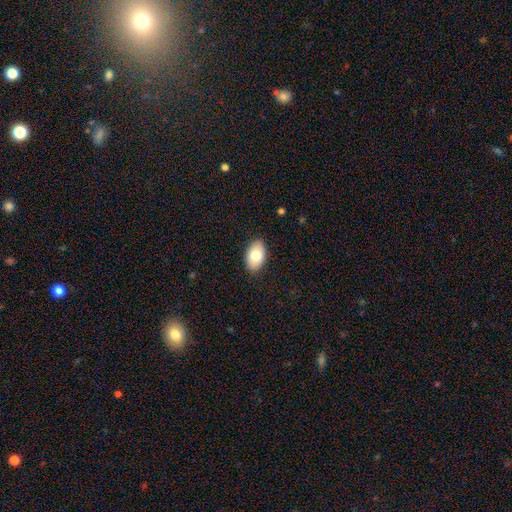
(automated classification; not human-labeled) This appears to be a smooth galaxy with no disk features (79%) that is in between round and cigar-shaped (93%). Merging: none (89%).